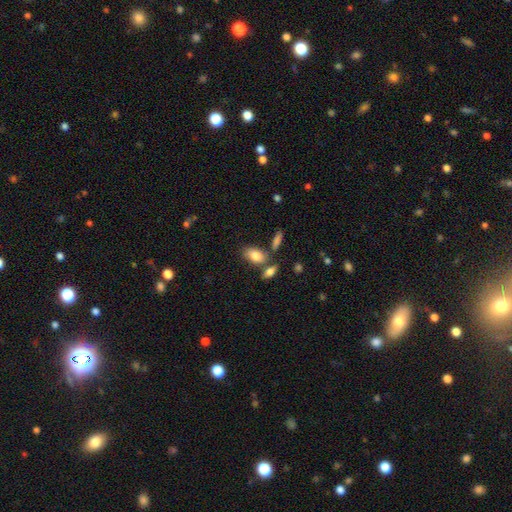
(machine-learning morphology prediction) smooth_or_featured: smooth (p=0.82) [alt: featured or disk p=0.11]
how_rounded: in between (p=0.90) [alt: round p=0.06]
merging: none (p=0.63) [alt: merger p=0.19]